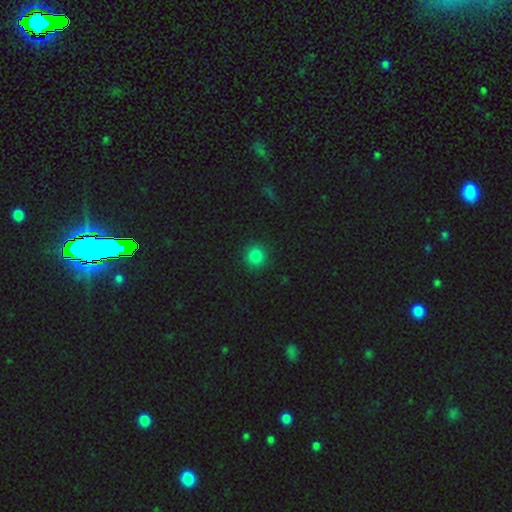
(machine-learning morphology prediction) Smooth or featured: smooth — 83% (star or artifact — 13%)
How rounded: round — 92% (in between — 7%)
Merging: none — 89% (minor disturbance — 7%)